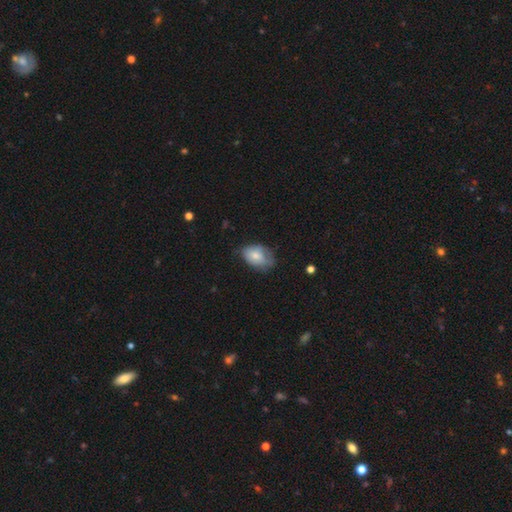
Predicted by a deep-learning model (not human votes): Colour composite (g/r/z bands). It shows a smooth galaxy with no disk features (74%) that is in between round and cigar-shaped (84%). Merging: none (52%).